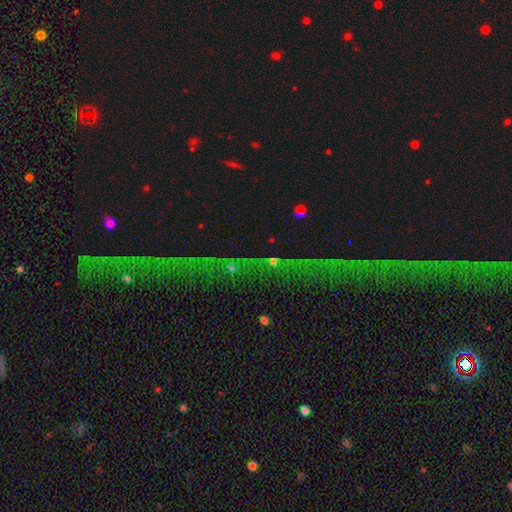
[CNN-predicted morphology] type=star or artifact (80%).